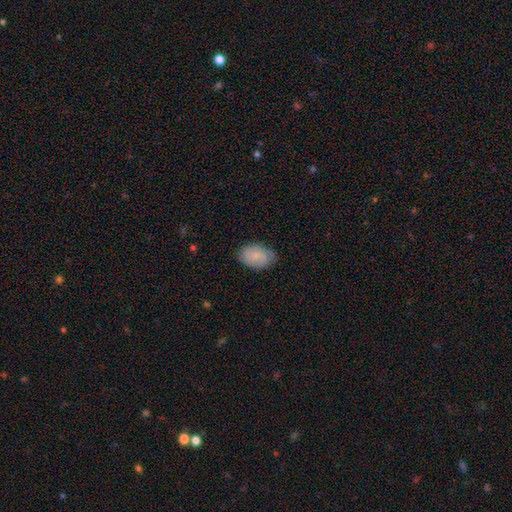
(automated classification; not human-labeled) This appears to be a smooth galaxy with no disk features (60%) that is in between round and cigar-shaped (85%). Merging: none (75%).